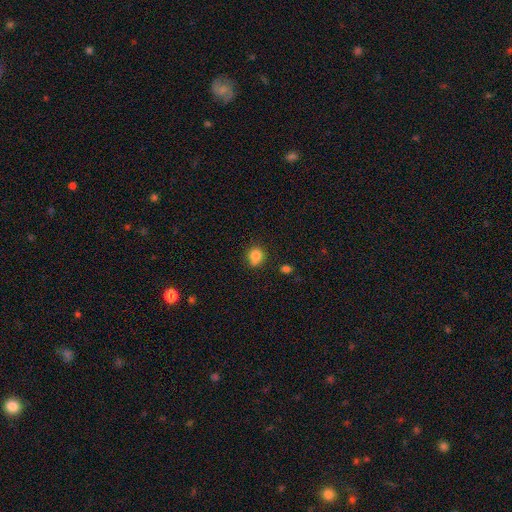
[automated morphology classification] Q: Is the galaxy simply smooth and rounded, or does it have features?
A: smooth — 84%.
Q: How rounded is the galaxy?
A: round — 77%.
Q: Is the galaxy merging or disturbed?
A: none — 78%.